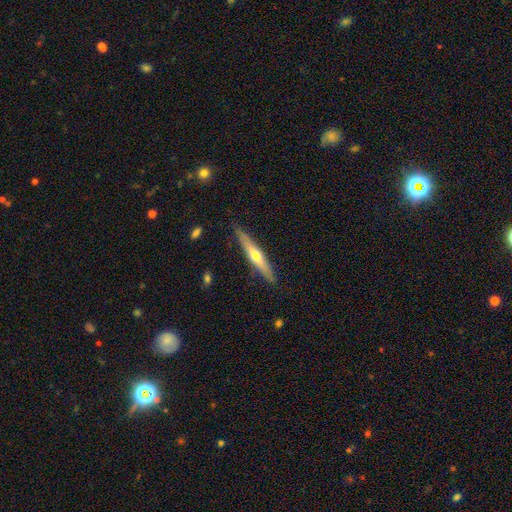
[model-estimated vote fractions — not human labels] featured or disk 51%, smooth 43%, star or artifact 6%. Down the decision tree: edge-on disk — yes (90%); merging — none (85%).